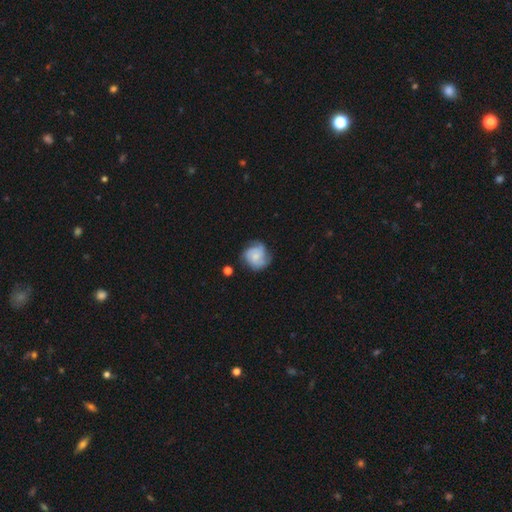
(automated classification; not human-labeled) Smooth or featured? featured or disk (62%)
Edge-on disk? no (98%)
Bar? no (70%)
Spiral arms? yes (91%)
Spiral winding? tight (46%)
Spiral arm count? 3 (42%)
Bulge size? small (55%)
Merging? none (68%)